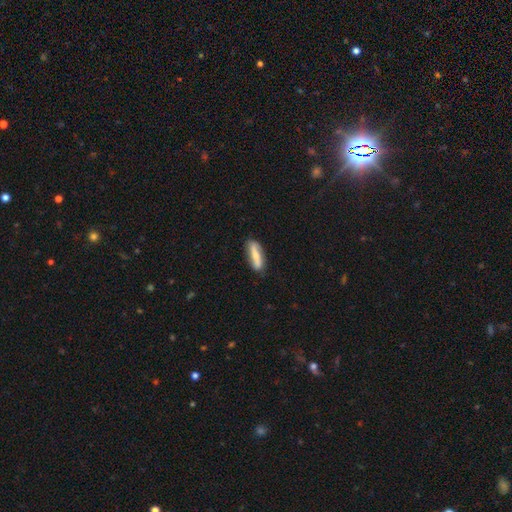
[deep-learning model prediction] Q: Smooth or featured?
A: smooth (59%); runner-up: featured or disk (35%)
Q: How rounded?
A: cigar-shaped (54%); runner-up: in between (43%)
Q: Merging?
A: none (79%); runner-up: minor disturbance (16%)